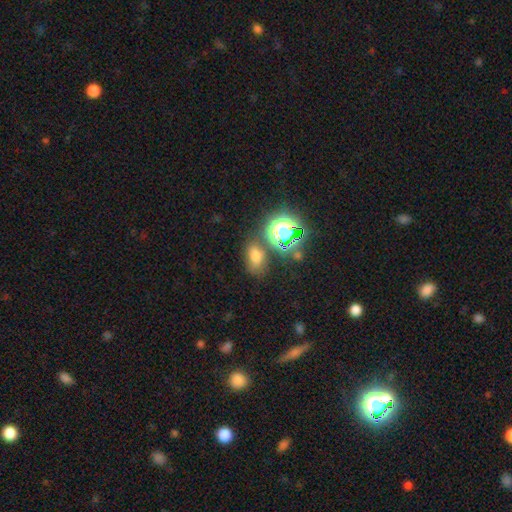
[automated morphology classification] smooth_or_featured: star or artifact (p=0.65) [alt: smooth p=0.26]